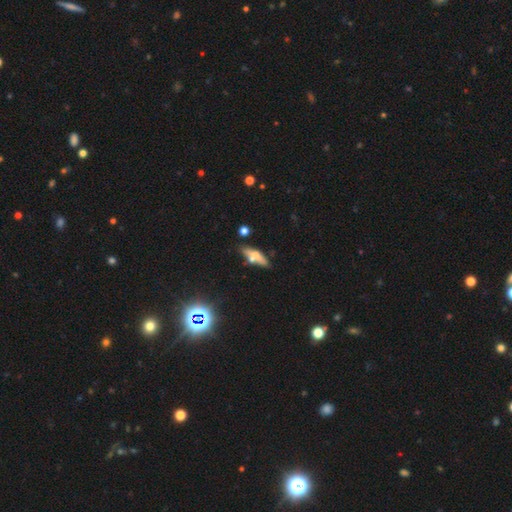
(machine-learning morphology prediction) Smooth or featured? smooth (55%)
How rounded? cigar-shaped (64%)
Merging? none (62%)